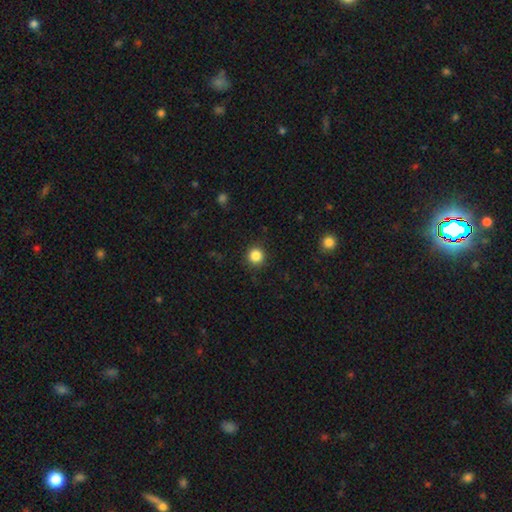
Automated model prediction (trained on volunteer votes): Morphology: type=smooth (86%); roundness=round (95%); merging=none (91%).